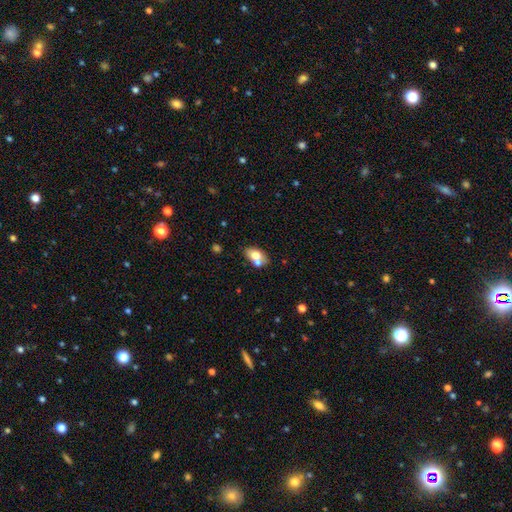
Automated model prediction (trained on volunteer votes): smooth-or-featured: smooth: 69% | featured or disk: 23% | star or artifact: 8%
  how-rounded: in between: 85% | round: 12% | cigar-shaped: 2%
  merging: none: 47% | merger: 36% | minor disturbance: 13% | major disturbance: 4%